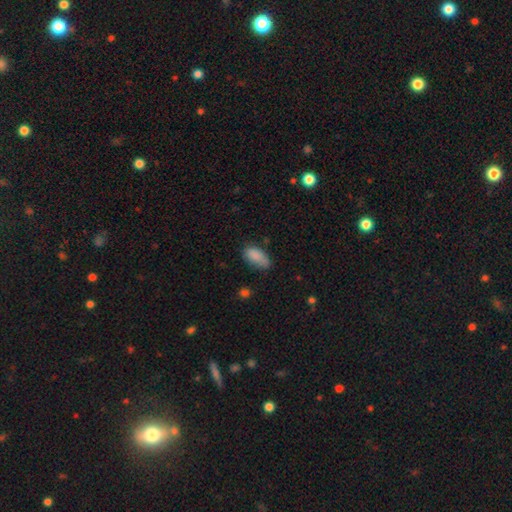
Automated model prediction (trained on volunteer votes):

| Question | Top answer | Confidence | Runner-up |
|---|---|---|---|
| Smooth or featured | smooth | 86% | star or artifact (8%) |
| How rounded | in between | 92% | cigar-shaped (4%) |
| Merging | none | 62% | minor disturbance (29%) |